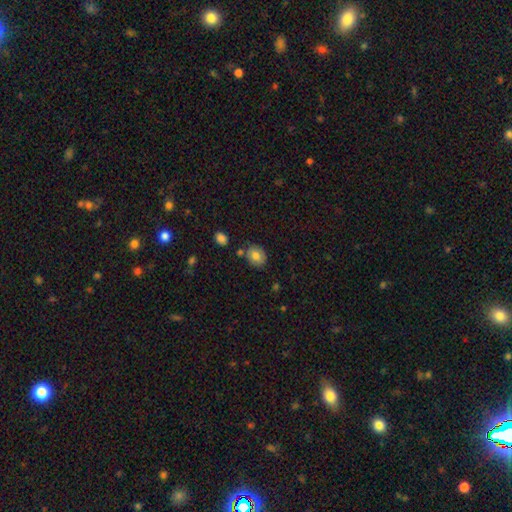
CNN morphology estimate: smooth_or_featured: smooth (p=0.79) [alt: featured or disk p=0.12]
how_rounded: in between (p=0.52) [alt: round p=0.47]
merging: none (p=0.75) [alt: minor disturbance p=0.14]